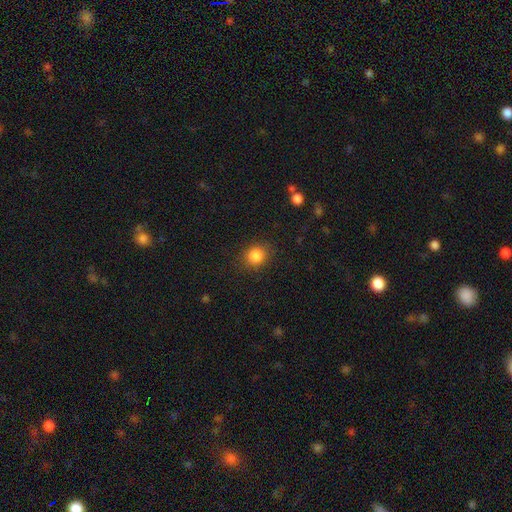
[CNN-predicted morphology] Smooth or featured? smooth (85%)
How rounded? round (76%)
Merging? none (86%)